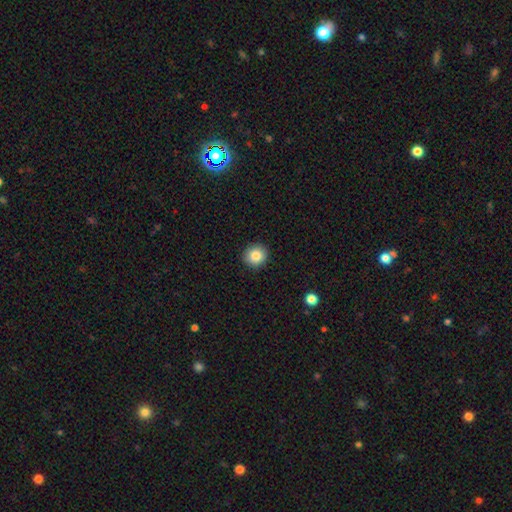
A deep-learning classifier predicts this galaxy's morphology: smooth-or-featured: smooth: 85% | star or artifact: 9% | featured or disk: 6%
  how-rounded: round: 91% | in between: 8% | cigar-shaped: 1%
  merging: none: 92% | minor disturbance: 5% | major disturbance: 2% | merger: 1%